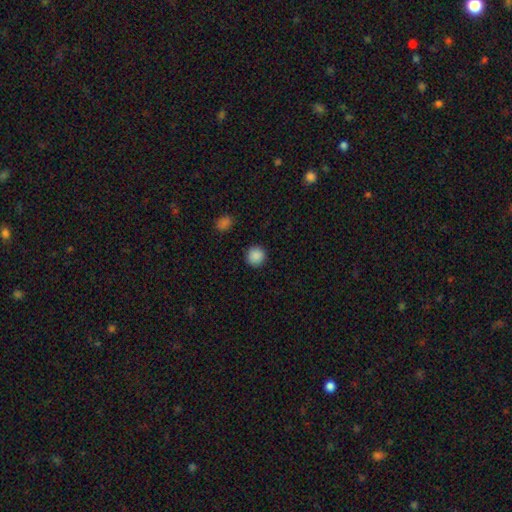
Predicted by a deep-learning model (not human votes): smooth 88%, star or artifact 9%, featured or disk 3%. Down the decision tree: how rounded — round (91%); merging — none (91%).